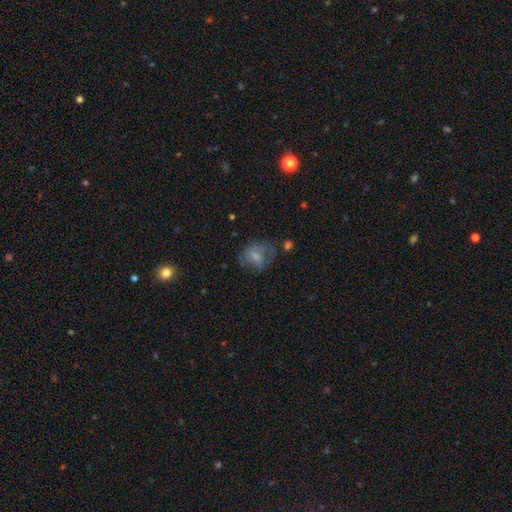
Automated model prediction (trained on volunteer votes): Smooth or featured?
  - smooth: 59% *
  - featured or disk: 32%
  - star or artifact: 10%
How rounded?
  - in between: 50% *
  - round: 49%
  - cigar-shaped: 1%
Merging?
  - none: 45% *
  - major disturbance: 26%
  - minor disturbance: 25%
  - merger: 4%